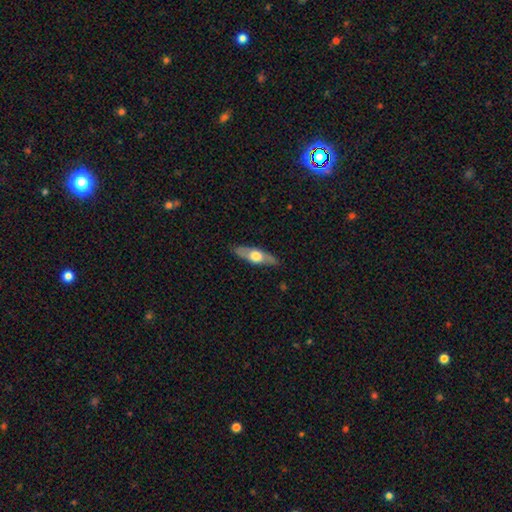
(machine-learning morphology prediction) This is possibly a featured or disk galaxy (52%). It is likely viewed edge-on (77%). Merging: clearly none (85%).